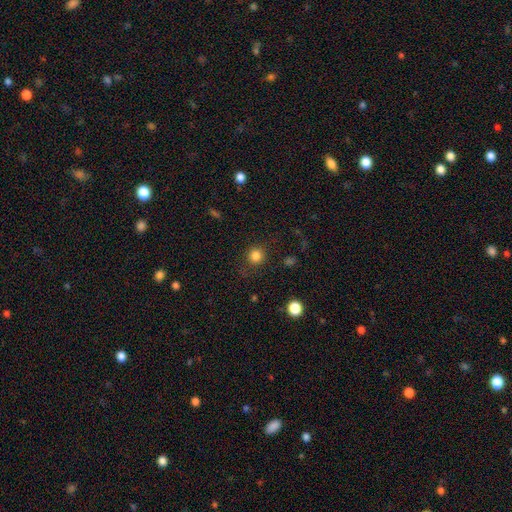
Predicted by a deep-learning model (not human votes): Smooth or featured? smooth (82%)
How rounded? round (91%)
Merging? none (84%)